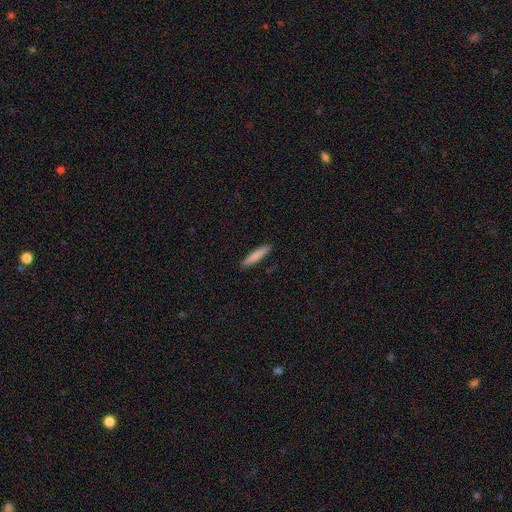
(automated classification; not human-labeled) A smooth galaxy with no disk features (82%) that is cigar-shaped (91%).

Vote fractions:
- Smooth or featured? smooth: 82% / featured or disk: 13% / star or artifact: 6%
- How rounded? cigar-shaped: 91% / in between: 8% / round: 1%
- Merging? none: 91% / minor disturbance: 6% / major disturbance: 1% / merger: 1%